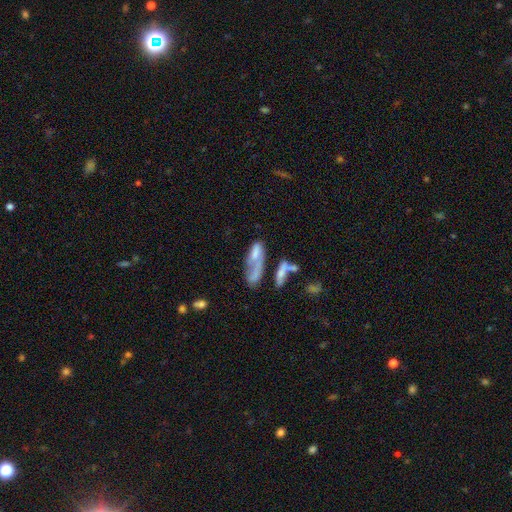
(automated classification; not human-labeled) This appears to be a smooth galaxy with no disk features (54%) that is in between round and cigar-shaped (60%). Merging: merger (48%).